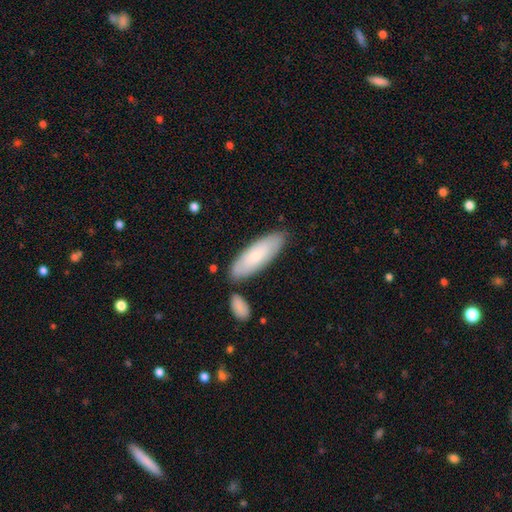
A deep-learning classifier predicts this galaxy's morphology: This is likely a smooth galaxy (73%). How rounded: likely in between (62%). Merging: likely none (76%).